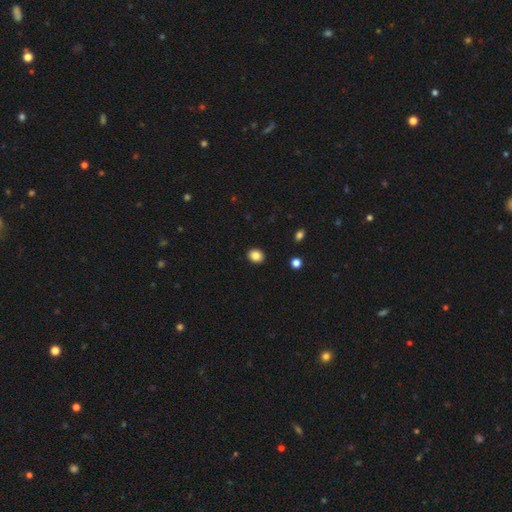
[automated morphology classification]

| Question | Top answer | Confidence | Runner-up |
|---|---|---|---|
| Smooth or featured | smooth | 85% | star or artifact (10%) |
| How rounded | round | 57% | in between (42%) |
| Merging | none | 91% | minor disturbance (6%) |